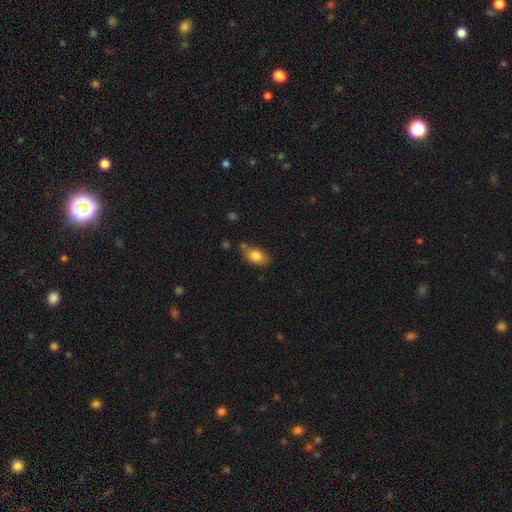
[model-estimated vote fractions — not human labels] smooth_or_featured: smooth (p=0.81) [alt: featured or disk p=0.11]
how_rounded: in between (p=0.86) [alt: round p=0.12]
merging: none (p=0.68) [alt: minor disturbance p=0.19]